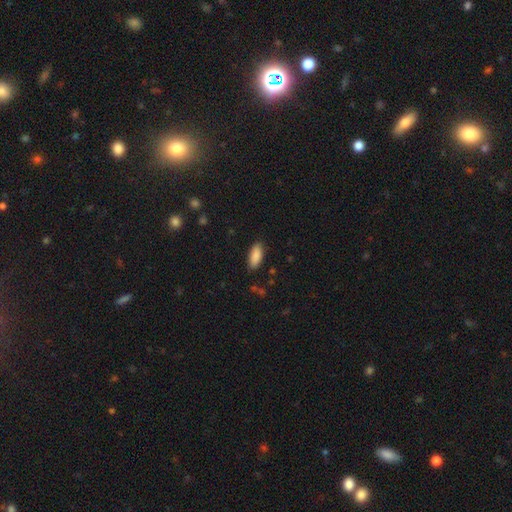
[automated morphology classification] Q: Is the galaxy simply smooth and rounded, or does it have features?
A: smooth — 89%.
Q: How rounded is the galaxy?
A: in between — 85%.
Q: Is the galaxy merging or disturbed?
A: none — 86%.